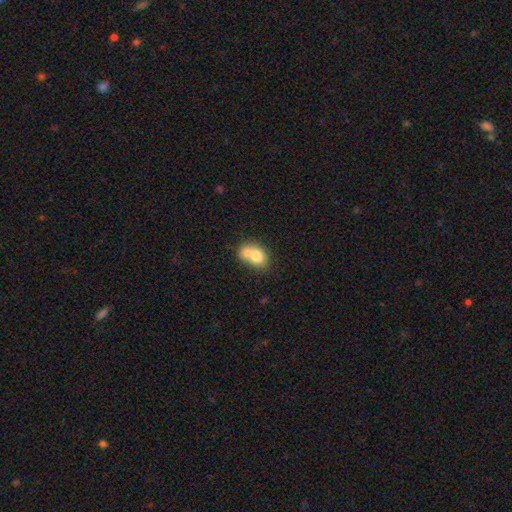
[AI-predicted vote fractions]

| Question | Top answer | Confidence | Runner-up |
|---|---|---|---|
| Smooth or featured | smooth | 72% | featured or disk (19%) |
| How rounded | in between | 50% | round (49%) |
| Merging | merger | 65% | none (24%) |